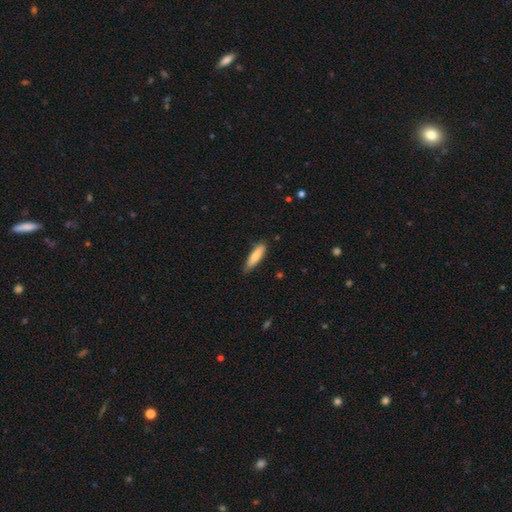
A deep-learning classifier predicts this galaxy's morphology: Smooth or featured? smooth (83%)
How rounded? cigar-shaped (68%)
Merging? none (78%)